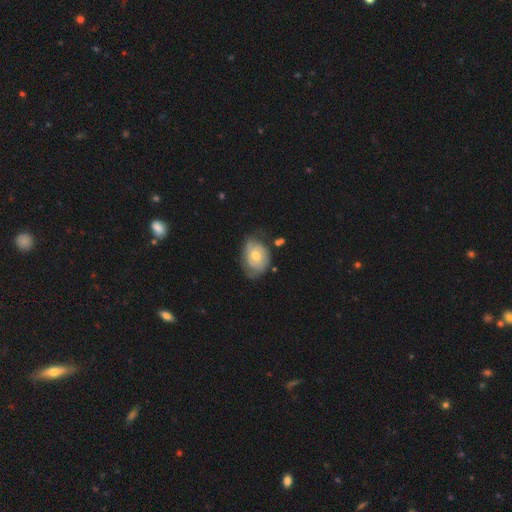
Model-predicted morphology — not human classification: Smooth or featured?
  - featured or disk: 60% *
  - smooth: 34%
  - star or artifact: 6%
Edge-on disk?
  - no: 96% *
  - yes: 4%
Bar?
  - no: 75% *
  - weak: 22%
  - strong: 4%
Spiral arms?
  - yes: 76% *
  - no: 24%
Bulge size?
  - moderate: 67% *
  - small: 26%
  - large: 4%
  - none: 1%
  - dominant: 1%
Merging?
  - none: 58% *
  - minor disturbance: 29%
  - major disturbance: 10%
  - merger: 3%